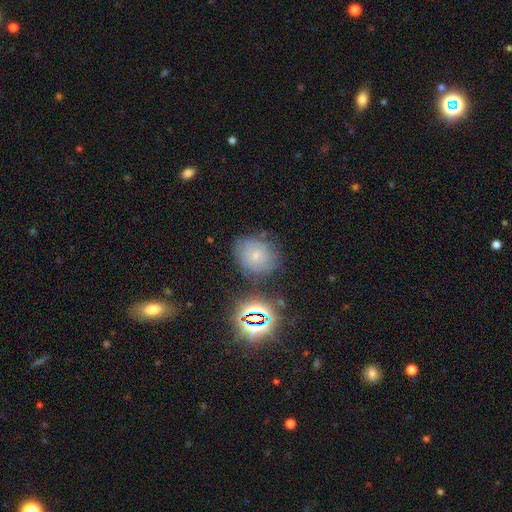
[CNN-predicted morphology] A smooth galaxy with no disk features (50%). Merging: none (71%).